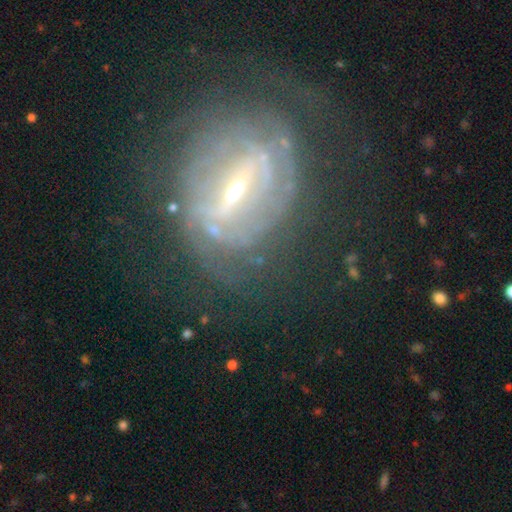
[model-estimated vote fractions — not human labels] Smooth or featured? featured or disk (84%)
Edge-on disk? no (90%)
Bar? strong (62%)
Spiral arms? yes (82%)
Spiral winding? tight (67%)
Spiral arm count? can't tell (51%)
Bulge size? small (70%)
Merging? none (64%)